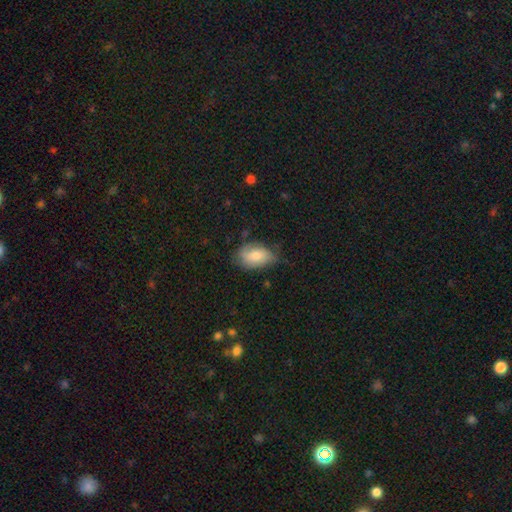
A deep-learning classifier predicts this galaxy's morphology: This appears to be a smooth galaxy with no disk features (64%) that is in between round and cigar-shaped (88%). Merging: none (58%).